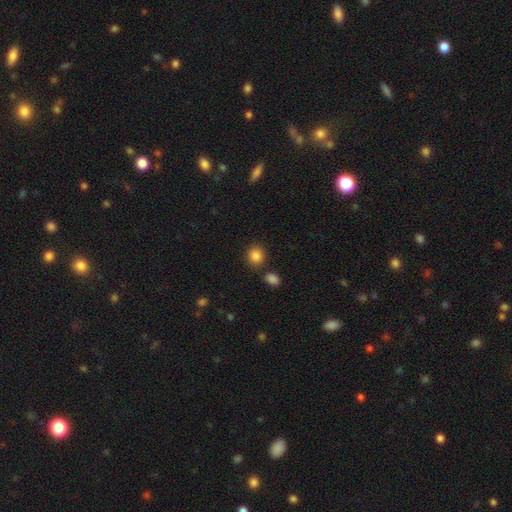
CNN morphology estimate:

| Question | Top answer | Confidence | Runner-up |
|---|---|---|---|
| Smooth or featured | smooth | 87% | star or artifact (9%) |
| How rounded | round | 70% | in between (29%) |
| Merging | none | 80% | minor disturbance (10%) |